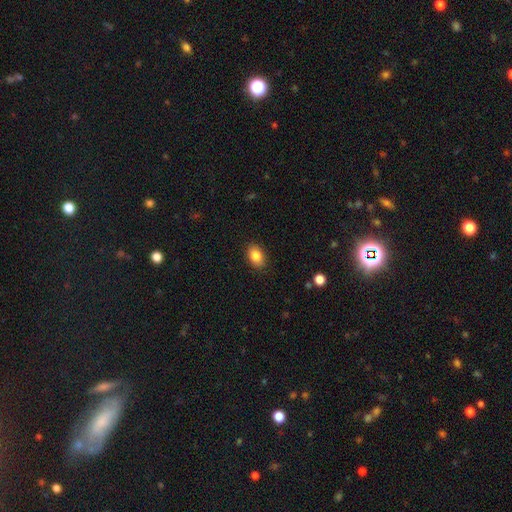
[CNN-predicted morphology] Smooth or featured? smooth (85%)
How rounded? in between (82%)
Merging? none (88%)